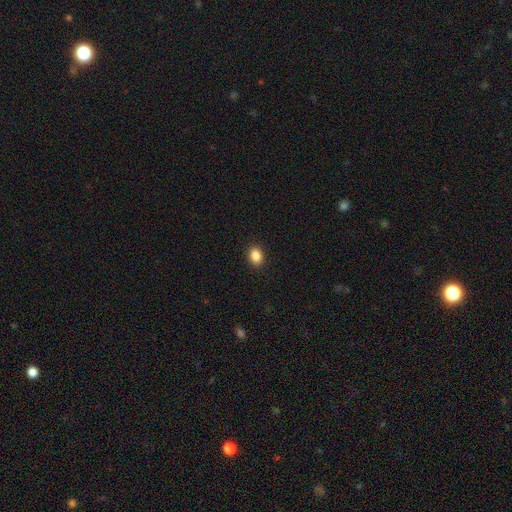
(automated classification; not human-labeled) A smooth galaxy with no disk features (87%) that is in between round and cigar-shaped (66%).

Vote fractions:
- Smooth or featured? smooth: 87% / star or artifact: 9% / featured or disk: 4%
- How rounded? in between: 66% / round: 33% / cigar-shaped: 1%
- Merging? none: 91% / minor disturbance: 6% / major disturbance: 2% / merger: 1%